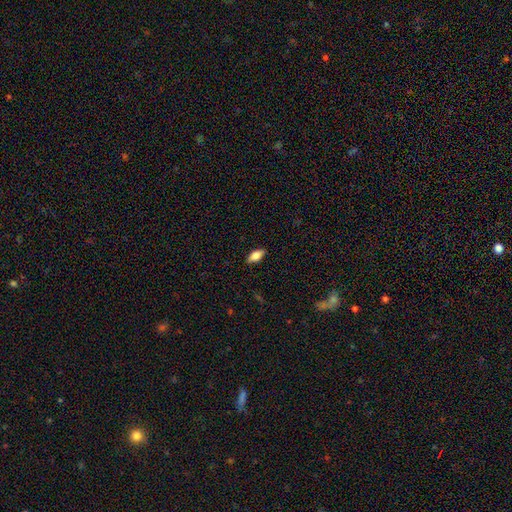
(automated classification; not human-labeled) Smooth or featured: smooth — 75% (featured or disk — 17%)
How rounded: in between — 86% (cigar-shaped — 11%)
Merging: none — 87% (minor disturbance — 9%)